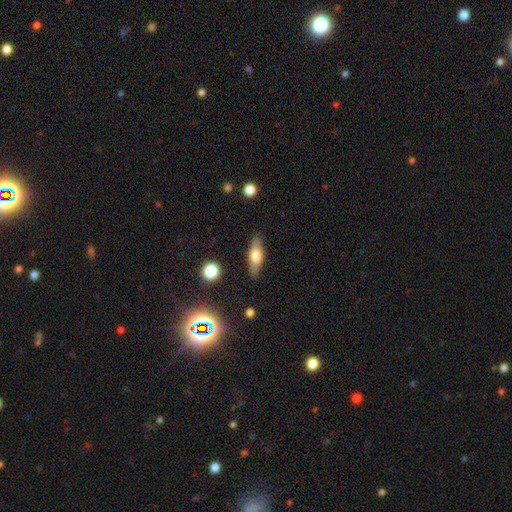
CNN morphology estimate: Smooth or featured? Predicted: smooth (p=0.62). How rounded? Predicted: in between (p=0.63). Merging? Predicted: none (p=0.85).